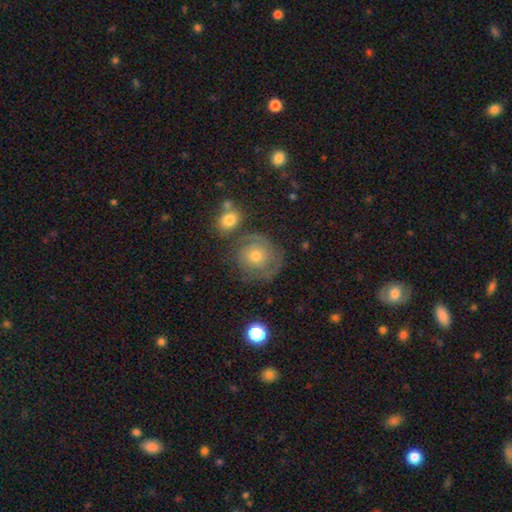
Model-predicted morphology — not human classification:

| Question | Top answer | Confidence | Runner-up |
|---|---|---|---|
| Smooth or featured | featured or disk | 53% | smooth (37%) |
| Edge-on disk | no | 97% | yes (3%) |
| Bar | no | 85% | weak (13%) |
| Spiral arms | yes | 75% | no (25%) |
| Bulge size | moderate | 54% | small (40%) |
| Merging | none | 63% | minor disturbance (19%) |